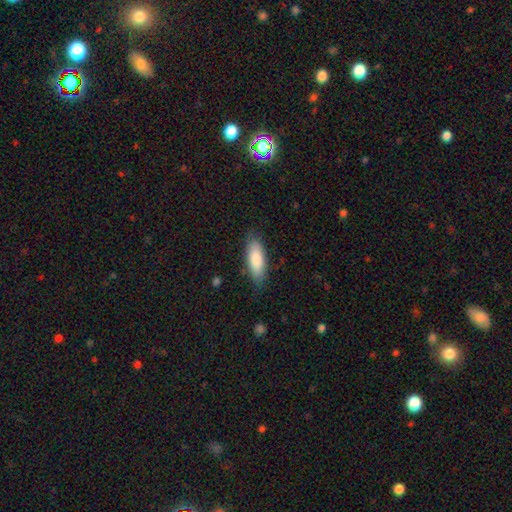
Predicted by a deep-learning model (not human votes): This is clearly a smooth galaxy (81%). How rounded: likely in between (65%). Merging: clearly none (82%).